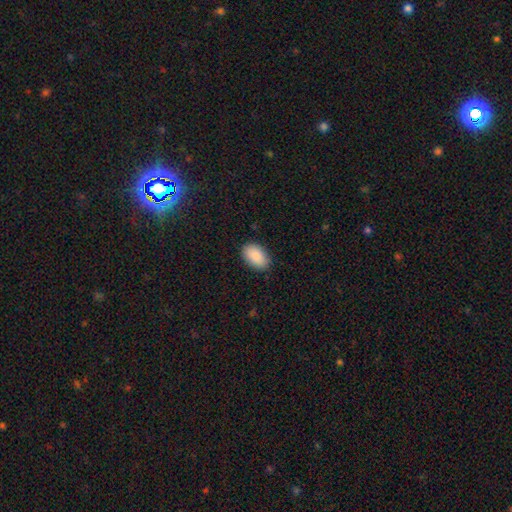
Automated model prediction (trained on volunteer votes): This is clearly a smooth galaxy (89%). How rounded: clearly in between (92%). Merging: clearly none (87%).